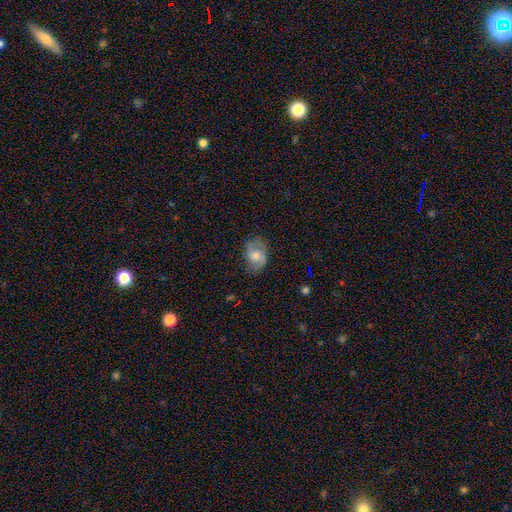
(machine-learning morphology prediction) smooth 49%, featured or disk 42%, star or artifact 8%. Down the decision tree: merging — none (70%).